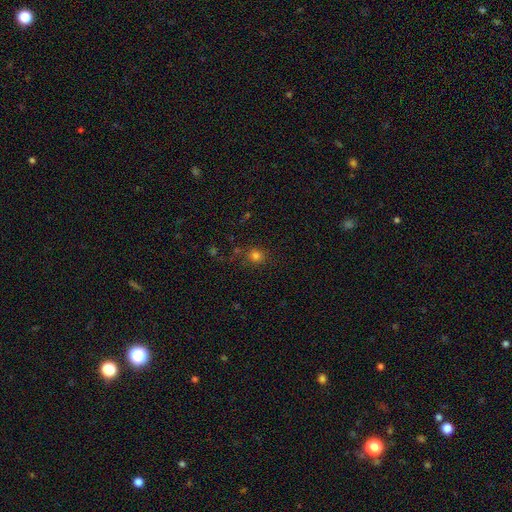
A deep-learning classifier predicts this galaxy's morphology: Smooth or featured? Predicted: smooth (p=0.77). How rounded? Predicted: round (p=0.82). Merging? Predicted: none (p=0.79).